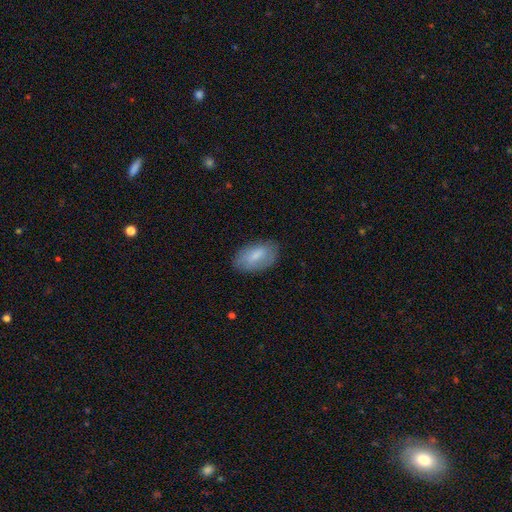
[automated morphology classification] smooth_or_featured: smooth (p=0.71) [alt: featured or disk p=0.22]
how_rounded: in between (p=0.93) [alt: round p=0.04]
merging: none (p=0.78) [alt: minor disturbance p=0.17]